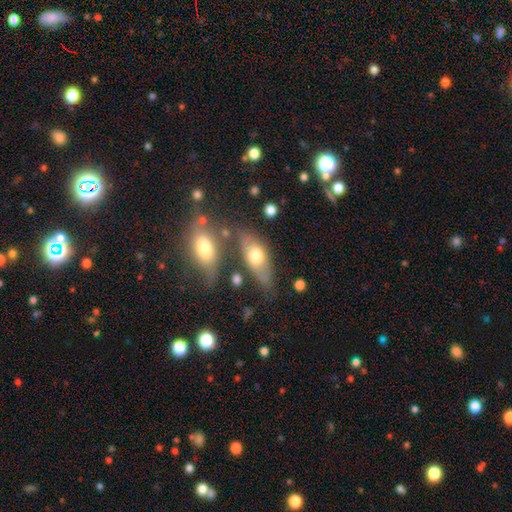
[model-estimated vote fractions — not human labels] Overall: smooth (62%; featured or disk 31%). How rounded: in between (81%). Merging: none (59%; minor disturbance 20%).